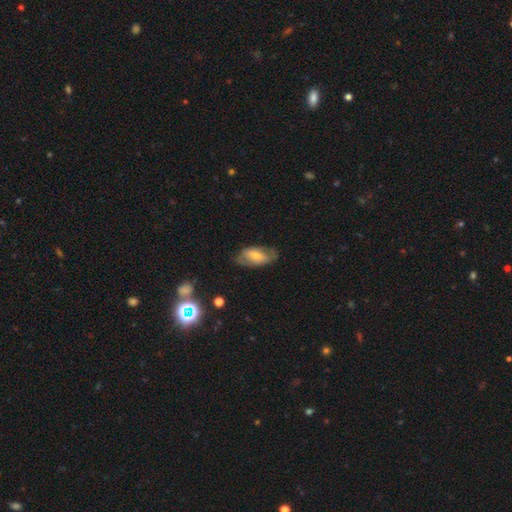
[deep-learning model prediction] A smooth galaxy with no disk features (55%) that is in between round and cigar-shaped (90%). Merging: none (69%).